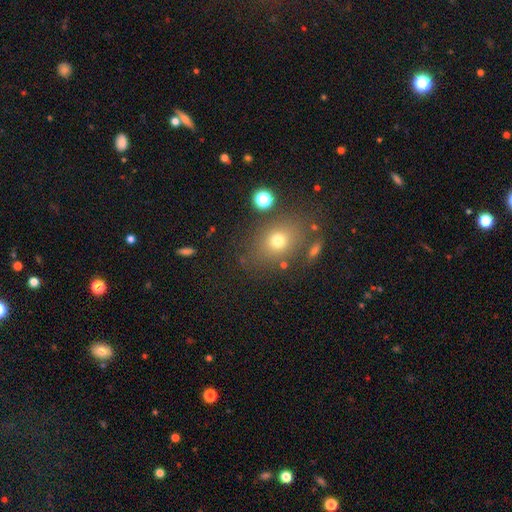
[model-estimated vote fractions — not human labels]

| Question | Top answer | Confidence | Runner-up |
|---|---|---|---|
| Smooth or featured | smooth | 61% | star or artifact (25%) |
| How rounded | round | 49% | tied: in between (49%) |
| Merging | none | 78% | minor disturbance (11%) |